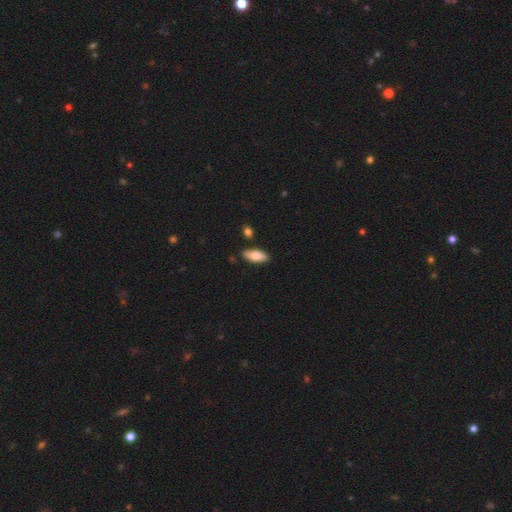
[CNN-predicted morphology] Overall: smooth (79%). How rounded: in between (83%). Merging: none (84%).